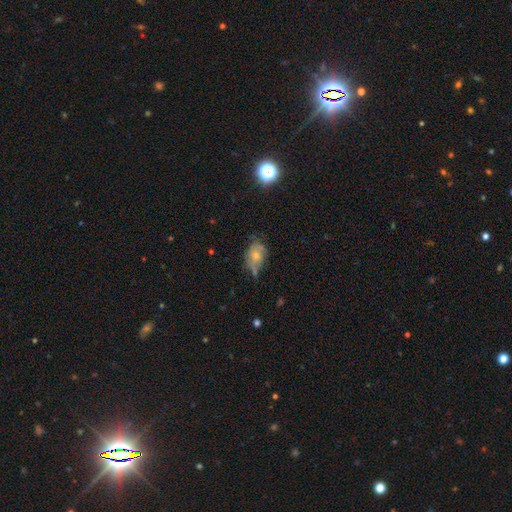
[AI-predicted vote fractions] This is possibly a smooth galaxy (57%). How rounded: clearly in between (80%). Merging: marginally none (40%).